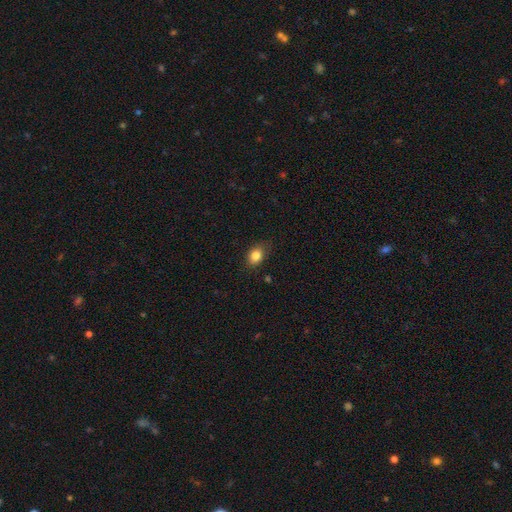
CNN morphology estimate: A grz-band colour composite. It shows a smooth galaxy with no disk features (84%) that is in between round and cigar-shaped (61%). Merging: none (78%).